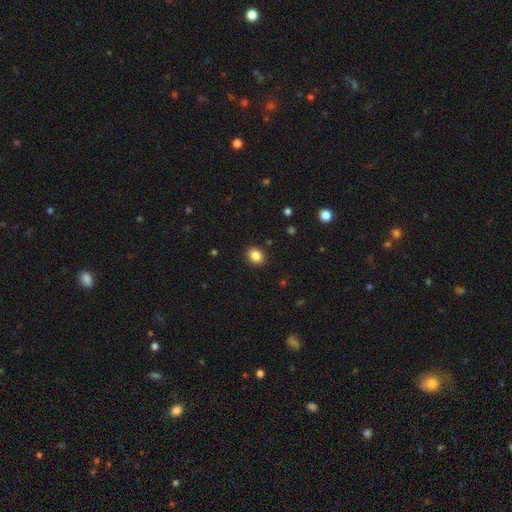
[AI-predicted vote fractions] Smooth or featured?
  - smooth: 85% *
  - star or artifact: 10%
  - featured or disk: 5%
How rounded?
  - round: 65% *
  - in between: 34%
  - cigar-shaped: 1%
Merging?
  - none: 90% *
  - minor disturbance: 7%
  - major disturbance: 2%
  - merger: 1%